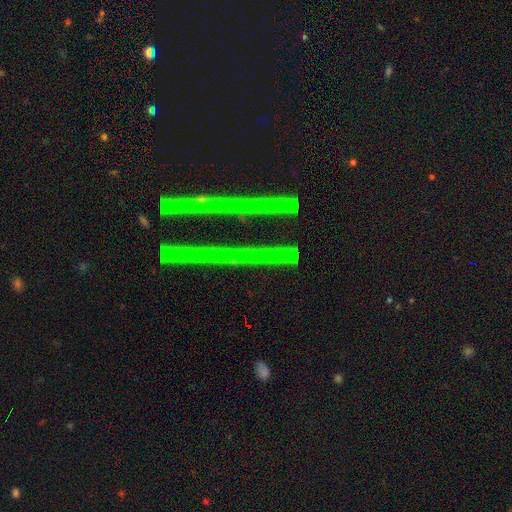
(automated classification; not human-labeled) This is likely a star or artifact rather than a galaxy (71%).